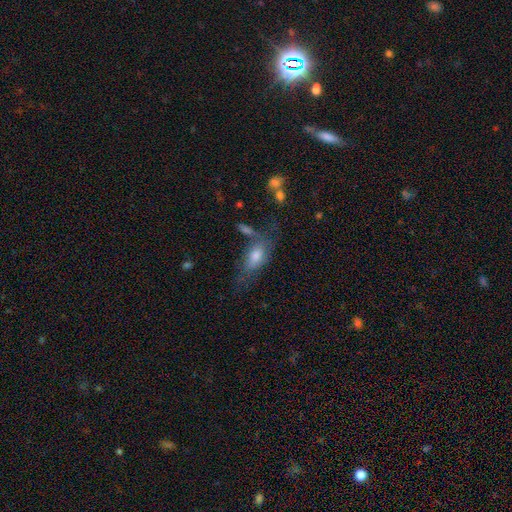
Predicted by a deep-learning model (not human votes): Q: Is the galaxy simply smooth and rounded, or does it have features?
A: smooth — 68%.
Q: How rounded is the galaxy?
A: in between — 82%.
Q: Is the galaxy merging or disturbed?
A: none — 48%.